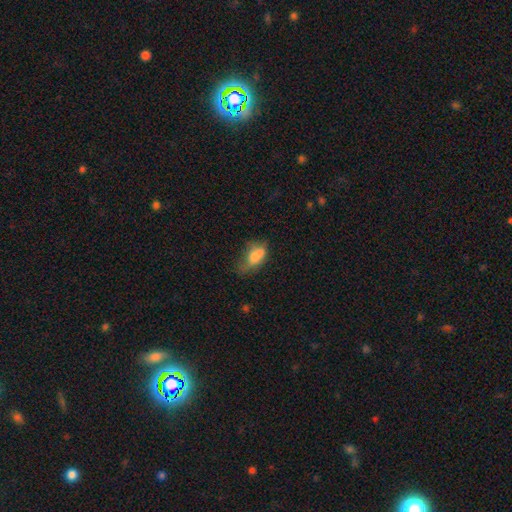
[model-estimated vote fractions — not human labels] smooth 70%, featured or disk 20%, star or artifact 10%. Down the decision tree: how rounded — in between (84%); merging — minor disturbance (30%).